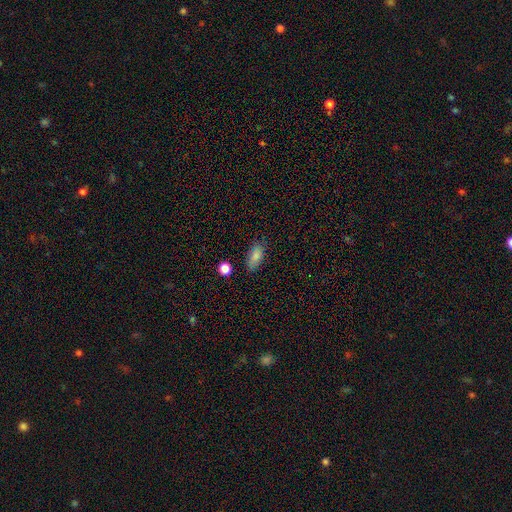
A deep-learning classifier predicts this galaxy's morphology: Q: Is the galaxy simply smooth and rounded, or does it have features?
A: smooth — 84%.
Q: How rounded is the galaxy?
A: in between — 84%.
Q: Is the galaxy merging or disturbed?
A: none — 79%.